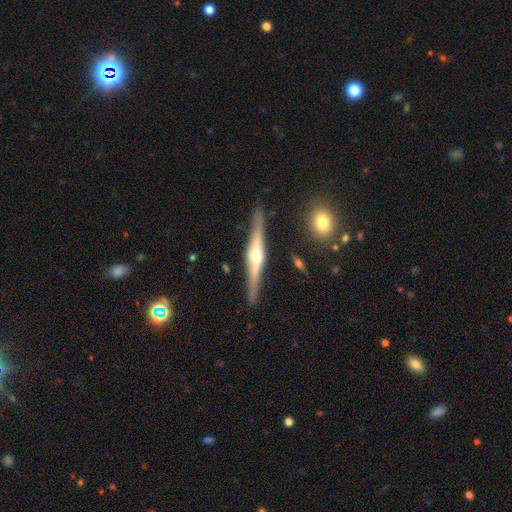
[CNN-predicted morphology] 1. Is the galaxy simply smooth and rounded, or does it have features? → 79% featured or disk, 15% smooth, 5% star or artifact.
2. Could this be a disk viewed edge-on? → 98% yes, 2% no.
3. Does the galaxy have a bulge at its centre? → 86% rounded, 10% boxy, 4% none.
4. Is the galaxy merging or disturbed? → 88% none, 9% minor disturbance, 2% major disturbance, 2% merger.